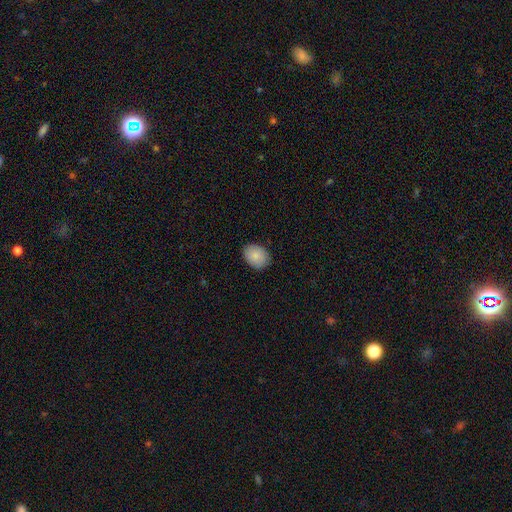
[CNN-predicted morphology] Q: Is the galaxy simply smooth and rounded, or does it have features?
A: smooth — 87%.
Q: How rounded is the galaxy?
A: in between — 67%.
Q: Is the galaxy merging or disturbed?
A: none — 85%.